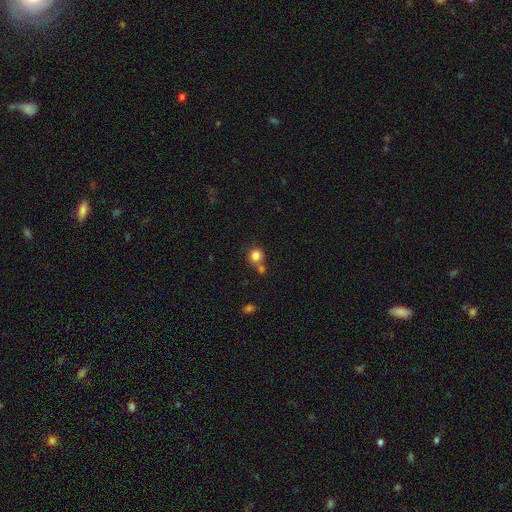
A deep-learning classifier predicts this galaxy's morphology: Smooth or featured? smooth (83%)
How rounded? round (88%)
Merging? none (58%)